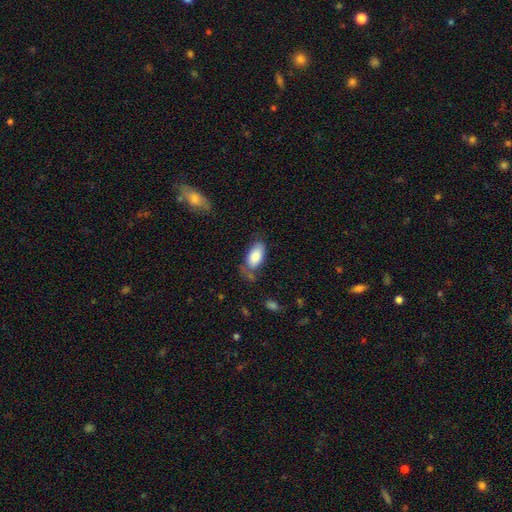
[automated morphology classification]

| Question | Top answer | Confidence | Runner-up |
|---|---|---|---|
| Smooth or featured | smooth | 83% | featured or disk (10%) |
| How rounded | in between | 94% | cigar-shaped (3%) |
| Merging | none | 54% | minor disturbance (27%) |